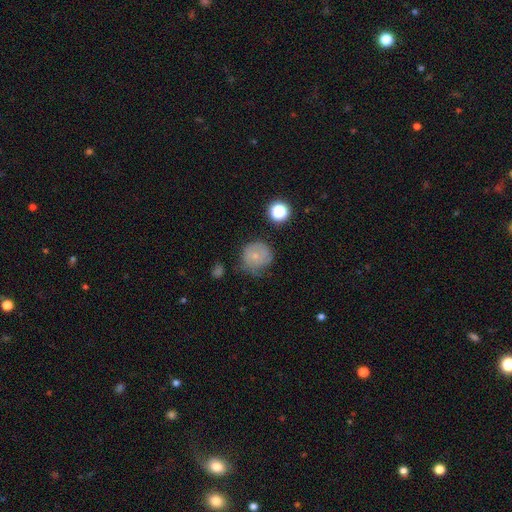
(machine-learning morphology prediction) type=smooth (52%); roundness=round (88%); merging=none (53%).